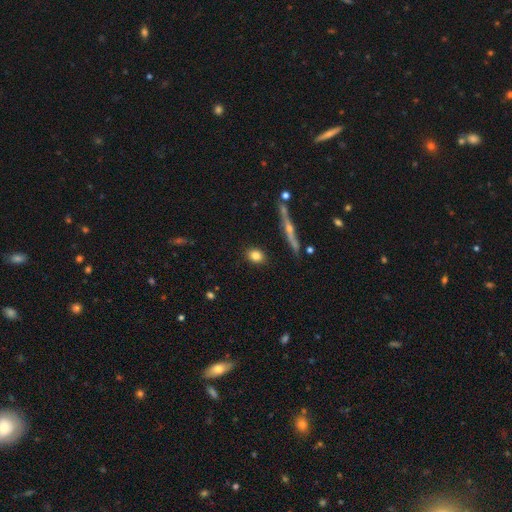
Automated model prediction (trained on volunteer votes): Morphology: type=smooth (81%); roundness=in between (52%); merging=none (87%).